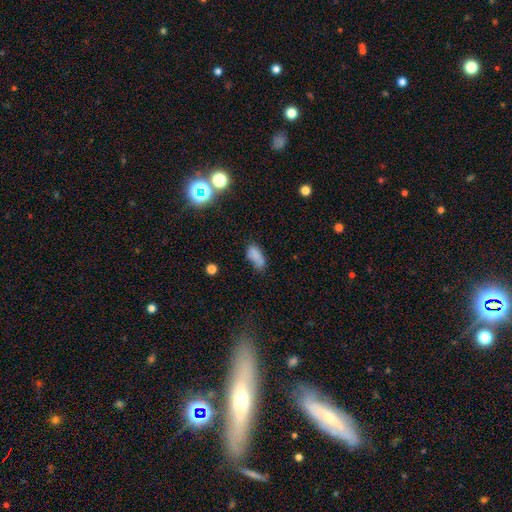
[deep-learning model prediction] Smooth or featured? Predicted: smooth (p=0.79). How rounded? Predicted: in between (p=0.84). Merging? Predicted: none (p=0.53).